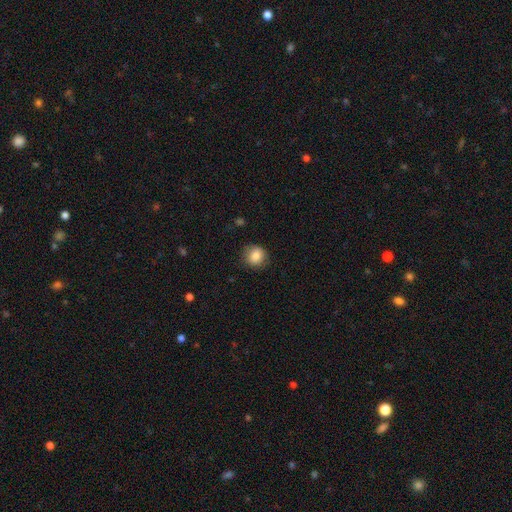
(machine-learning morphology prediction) Smooth or featured: smooth — 85% (star or artifact — 9%)
How rounded: round — 87% (in between — 12%)
Merging: none — 84% (minor disturbance — 12%)